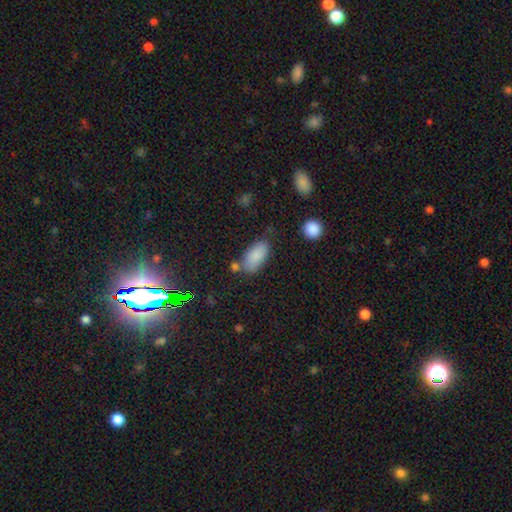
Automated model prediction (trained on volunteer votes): A smooth galaxy with no disk features (86%) that is in between round and cigar-shaped (91%).

Vote fractions:
- Smooth or featured? smooth: 86% / star or artifact: 8% / featured or disk: 6%
- How rounded? in between: 91% / cigar-shaped: 6% / round: 3%
- Merging? none: 64% / minor disturbance: 19% / merger: 12% / major disturbance: 6%